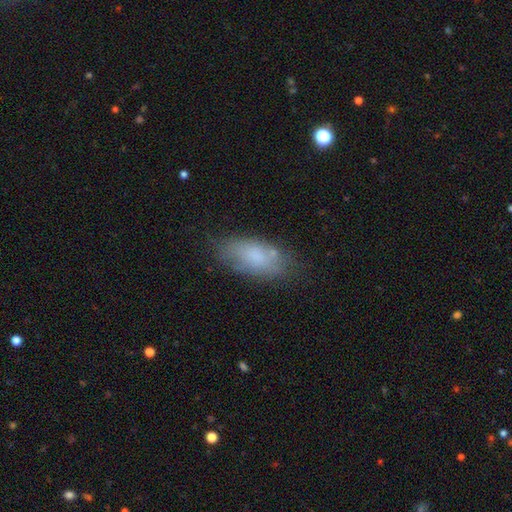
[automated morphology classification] A smooth galaxy with no disk features (72%) that is in between round and cigar-shaped (86%). Merging: none (69%).